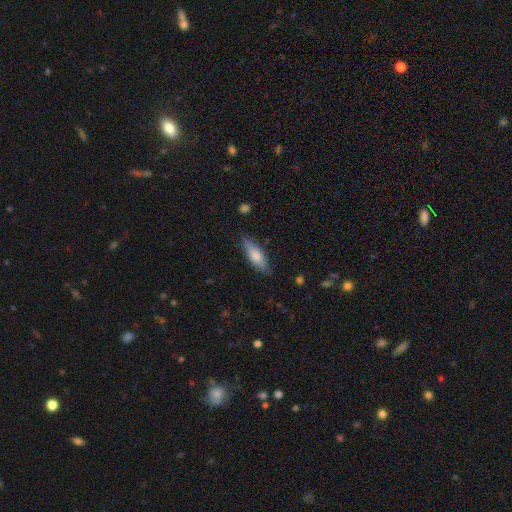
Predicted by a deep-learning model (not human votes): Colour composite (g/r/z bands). It shows a smooth galaxy with no disk features (74%) that is in between round and cigar-shaped (56%). Merging: none (79%).